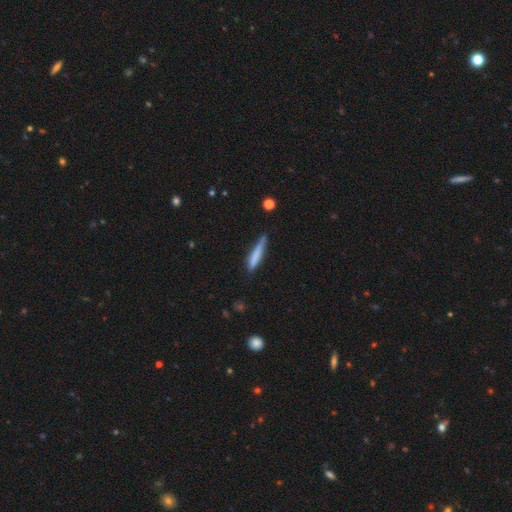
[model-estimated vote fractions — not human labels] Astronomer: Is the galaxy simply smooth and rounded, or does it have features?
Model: smooth — 72%.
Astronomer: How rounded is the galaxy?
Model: cigar-shaped — 91%.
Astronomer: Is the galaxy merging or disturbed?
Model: none — 68%.